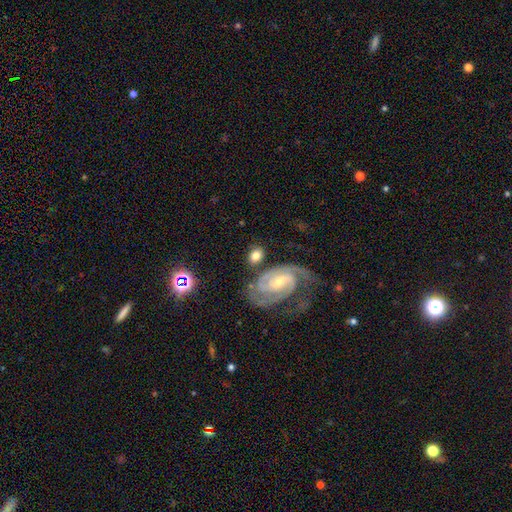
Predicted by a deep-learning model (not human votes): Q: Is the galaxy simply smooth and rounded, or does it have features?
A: smooth — 51%.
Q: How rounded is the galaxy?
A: in between — 61%.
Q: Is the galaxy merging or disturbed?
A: none — 68%.